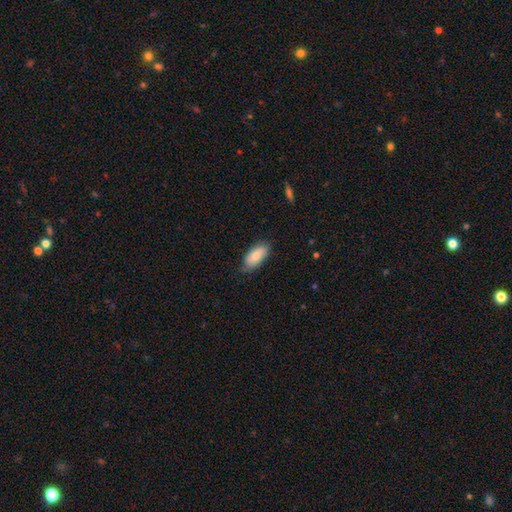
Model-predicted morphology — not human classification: Overall: smooth (79%). How rounded: in between (90%). Merging: none (76%).